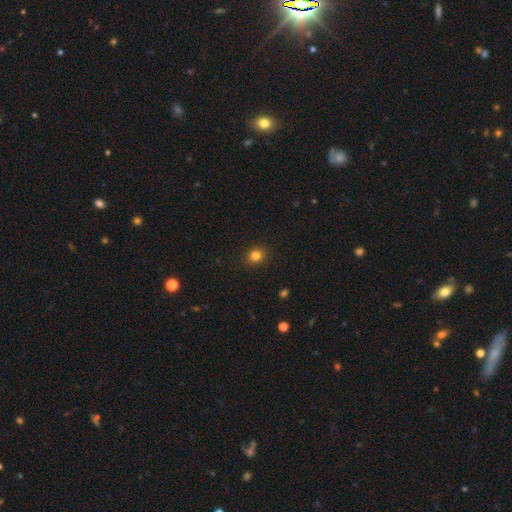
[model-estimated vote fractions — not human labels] Smooth or featured? Predicted: smooth (p=0.82). How rounded? Predicted: round (p=0.77). Merging? Predicted: none (p=0.90).